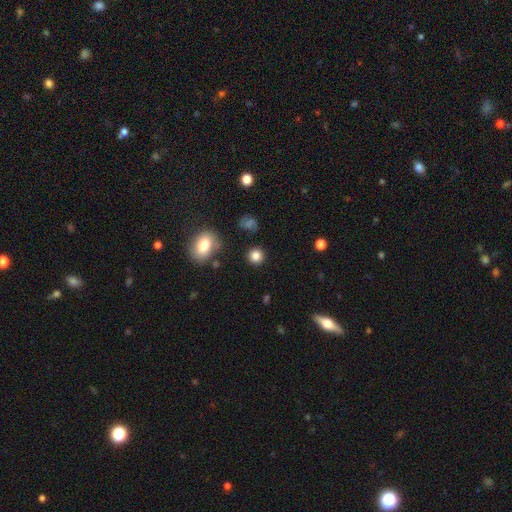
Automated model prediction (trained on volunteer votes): A smooth galaxy with no disk features (84%) that is round (91%). Merging: none (88%).